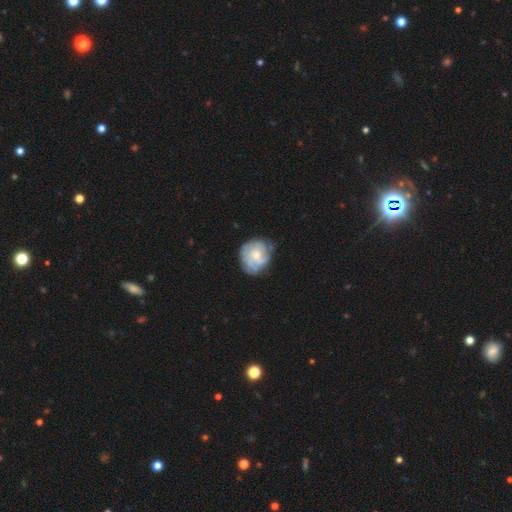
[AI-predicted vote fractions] featured or disk 60%, smooth 33%, star or artifact 7%. Down the decision tree: edge-on disk — no (98%); bar — no (80%); spiral arms — yes (69%); bulge size — moderate (52%); merging — none (66%).